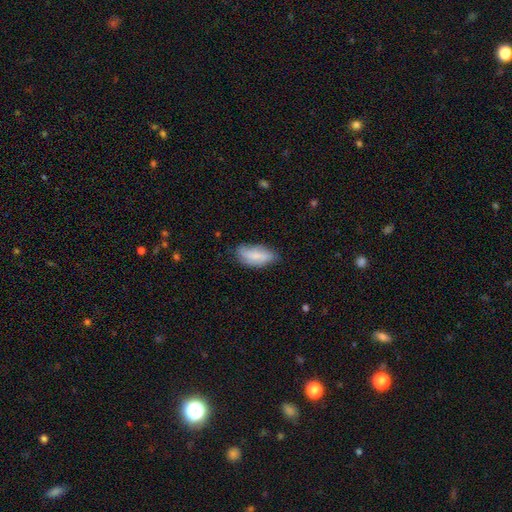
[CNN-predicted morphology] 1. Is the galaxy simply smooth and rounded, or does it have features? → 69% smooth, 24% featured or disk, 7% star or artifact.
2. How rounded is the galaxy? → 85% in between, 12% cigar-shaped, 2% round.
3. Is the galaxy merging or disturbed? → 65% none, 27% minor disturbance, 6% major disturbance, 2% merger.